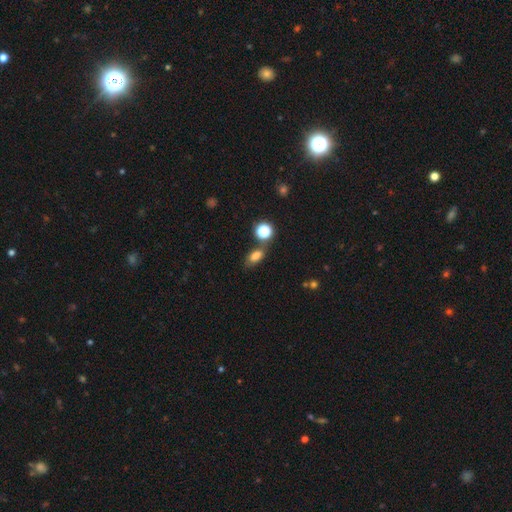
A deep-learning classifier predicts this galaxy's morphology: Q: Smooth or featured?
A: smooth (76%); runner-up: star or artifact (16%)
Q: How rounded?
A: in between (79%); runner-up: round (16%)
Q: Merging?
A: none (64%); runner-up: minor disturbance (16%)